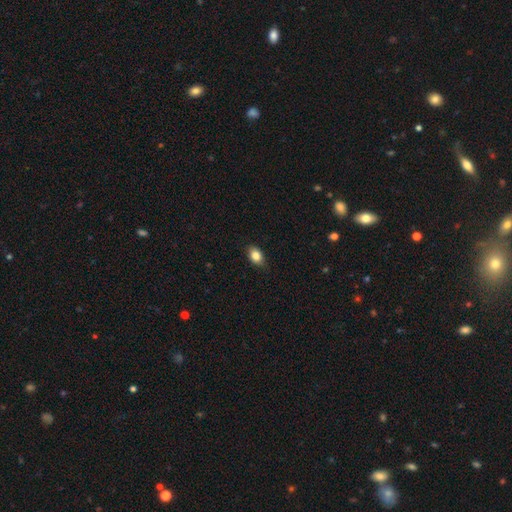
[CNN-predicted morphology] A smooth galaxy with no disk features (85%) that is in between round and cigar-shaped (80%). Merging: none (84%).